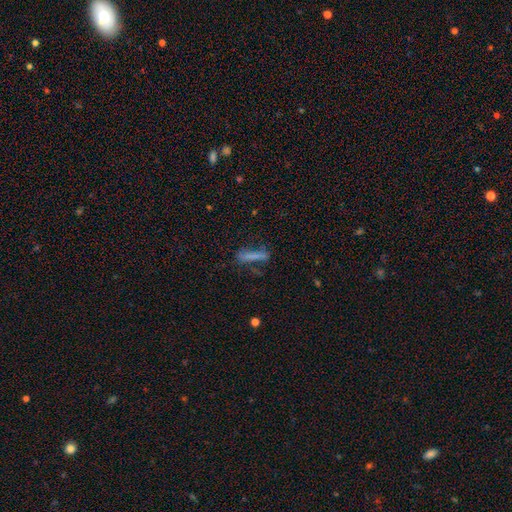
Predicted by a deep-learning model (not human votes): Smooth or featured? Predicted: smooth (p=0.61). How rounded? Predicted: cigar-shaped (p=0.86). Merging? Predicted: none (p=0.65).